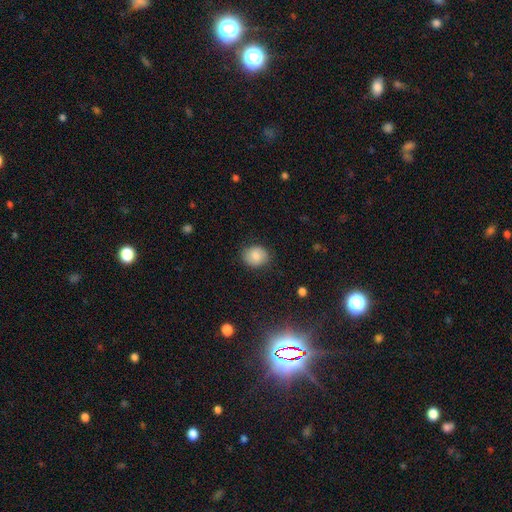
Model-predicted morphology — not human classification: A smooth galaxy with no disk features (79%) that is round (62%).

Vote fractions:
- Smooth or featured? smooth: 79% / featured or disk: 13% / star or artifact: 8%
- How rounded? round: 62% / in between: 37% / cigar-shaped: 1%
- Merging? none: 82% / minor disturbance: 13% / major disturbance: 4% / merger: 1%